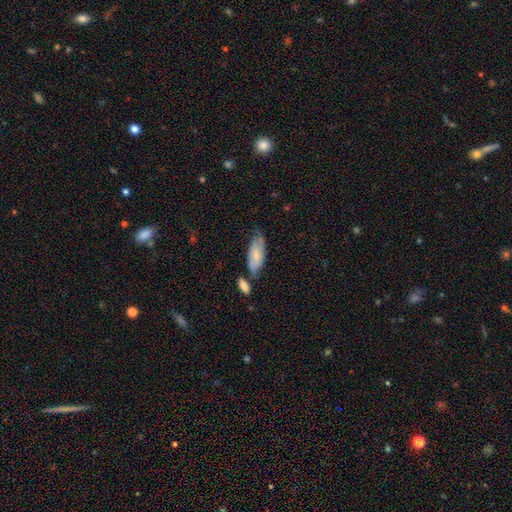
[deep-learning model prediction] smooth-or-featured: smooth: 69% | featured or disk: 25% | star or artifact: 6%
  how-rounded: in between: 82% | cigar-shaped: 15% | round: 2%
  merging: none: 49% | minor disturbance: 28% | merger: 15% | major disturbance: 8%